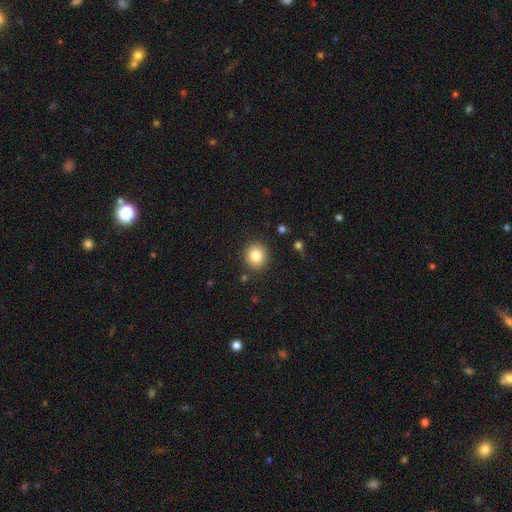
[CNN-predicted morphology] Smooth or featured? smooth (82%)
How rounded? round (86%)
Merging? none (88%)